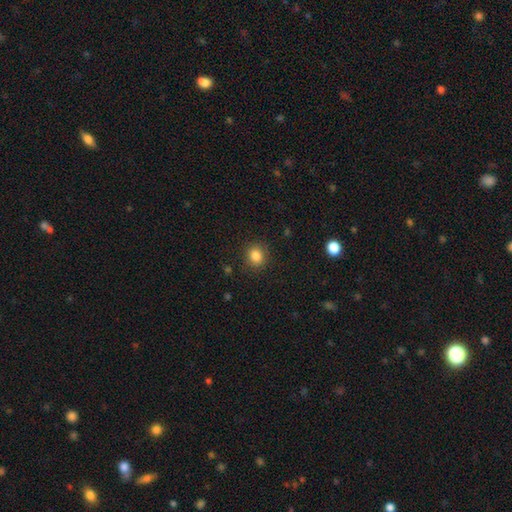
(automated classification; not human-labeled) A smooth galaxy with no disk features (85%) that is round (75%).

Vote fractions:
- Smooth or featured? smooth: 85% / star or artifact: 11% / featured or disk: 4%
- How rounded? round: 75% / in between: 25% / cigar-shaped: 1%
- Merging? none: 86% / minor disturbance: 9% / major disturbance: 3% / merger: 1%